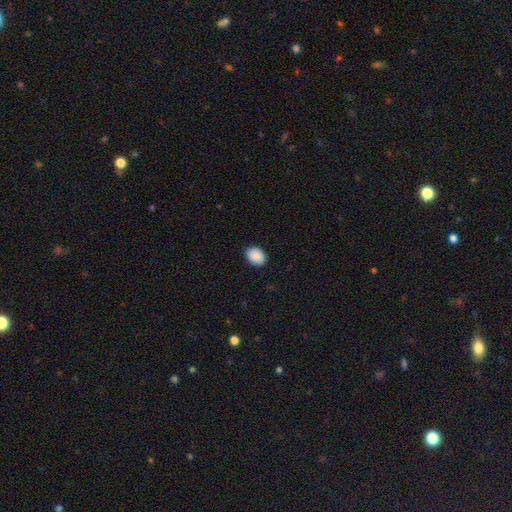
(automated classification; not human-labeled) smooth 91%, star or artifact 7%, featured or disk 2%. Down the decision tree: how rounded — in between (71%); merging — none (89%).